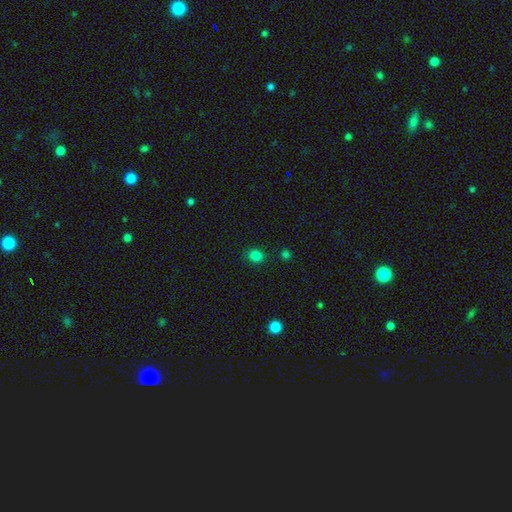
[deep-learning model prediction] The model was most divided on "how rounded": round: 74%, in between: 25%, cigar-shaped: 1%. More confident: merging — none (85%); smooth or featured — smooth (81%).